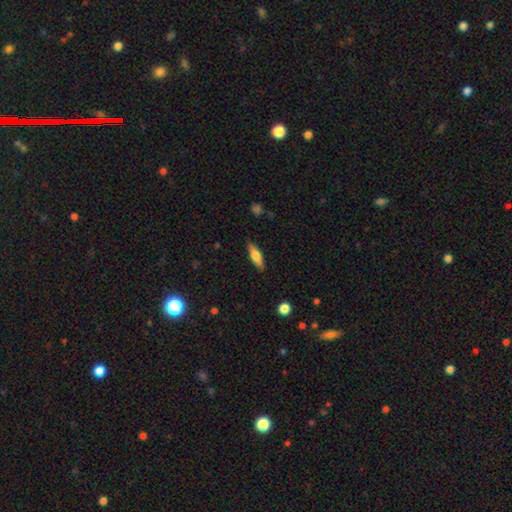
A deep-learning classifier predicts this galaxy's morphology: smooth_or_featured: smooth (p=0.64) [alt: featured or disk p=0.30]
how_rounded: in between (p=0.51) [alt: cigar-shaped p=0.46]
merging: none (p=0.86) [alt: minor disturbance p=0.11]